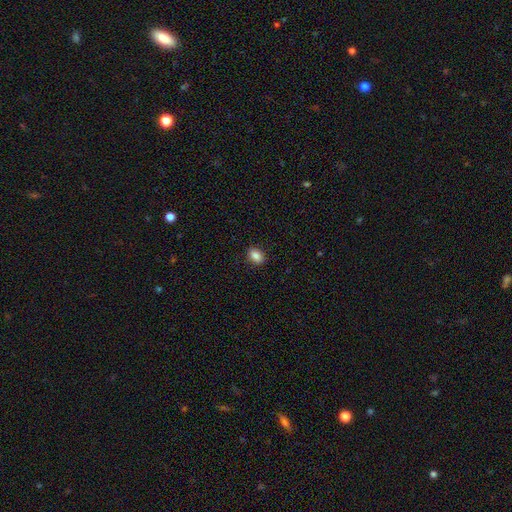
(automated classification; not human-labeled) Smooth or featured? smooth (87%)
How rounded? in between (74%)
Merging? none (89%)